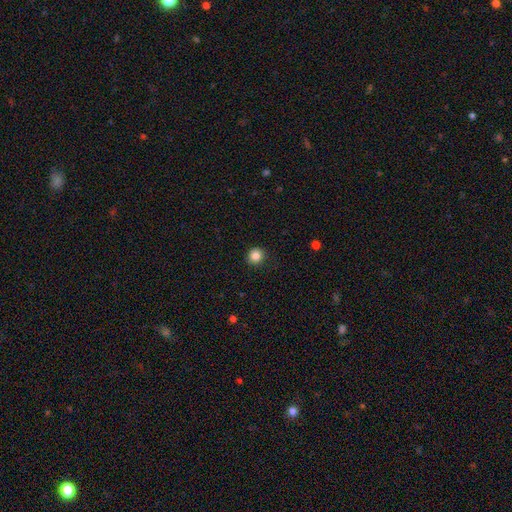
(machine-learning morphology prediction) The model was most divided on "smooth or featured": smooth: 85%, star or artifact: 11%, featured or disk: 5%. More confident: merging — none (91%); how rounded — round (91%).